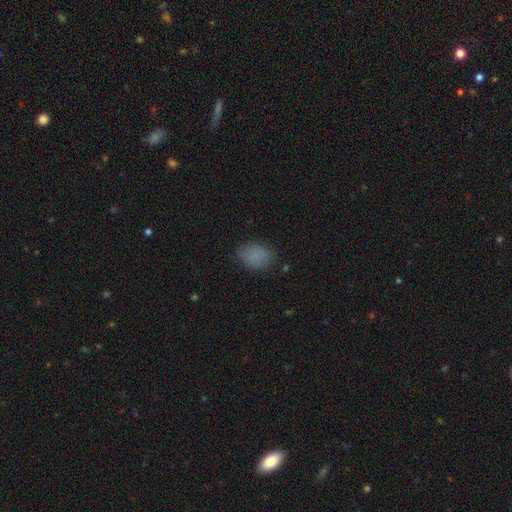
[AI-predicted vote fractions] Smooth or featured?
  - smooth: 82% *
  - star or artifact: 12%
  - featured or disk: 6%
How rounded?
  - in between: 67% *
  - round: 32%
  - cigar-shaped: 1%
Merging?
  - none: 77% *
  - minor disturbance: 17%
  - major disturbance: 5%
  - merger: 1%